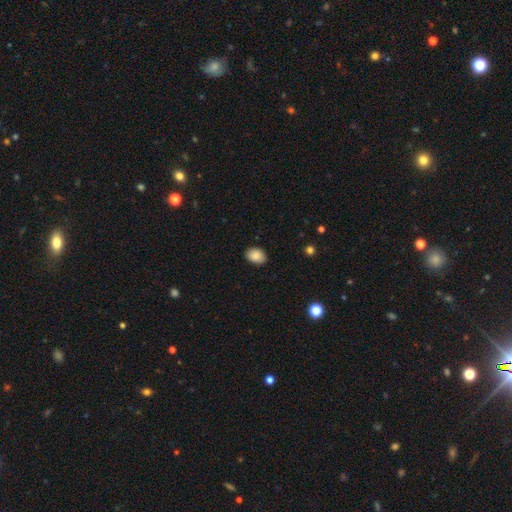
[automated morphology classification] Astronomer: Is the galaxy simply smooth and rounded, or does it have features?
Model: smooth — 87%.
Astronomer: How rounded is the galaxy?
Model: in between — 79%.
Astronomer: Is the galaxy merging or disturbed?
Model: none — 88%.